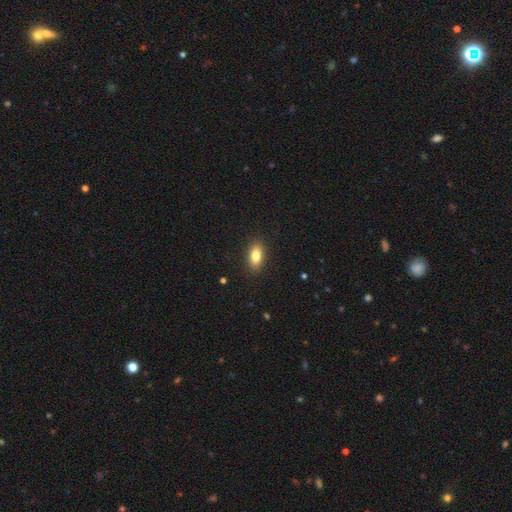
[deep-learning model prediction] This is clearly a smooth galaxy (82%). How rounded: clearly in between (88%). Merging: clearly none (89%).